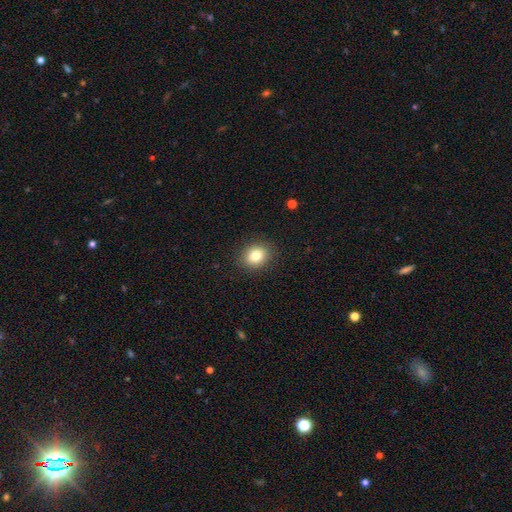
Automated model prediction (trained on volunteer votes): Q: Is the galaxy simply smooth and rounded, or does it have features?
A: smooth — 83%.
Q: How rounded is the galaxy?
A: round — 54%.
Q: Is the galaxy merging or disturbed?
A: none — 89%.